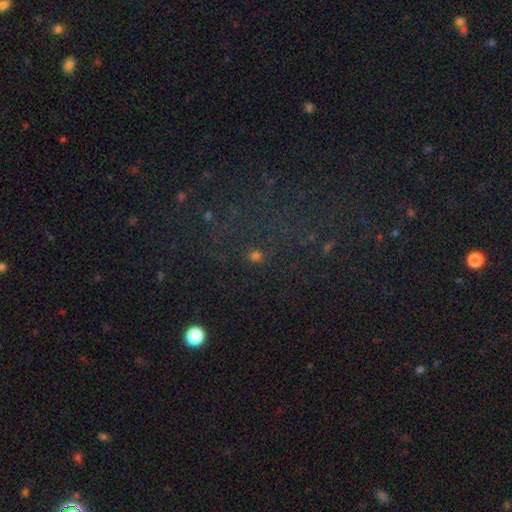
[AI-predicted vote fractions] This appears to be a smooth galaxy with no disk features (50%) that is round (81%). Merging: none (78%).